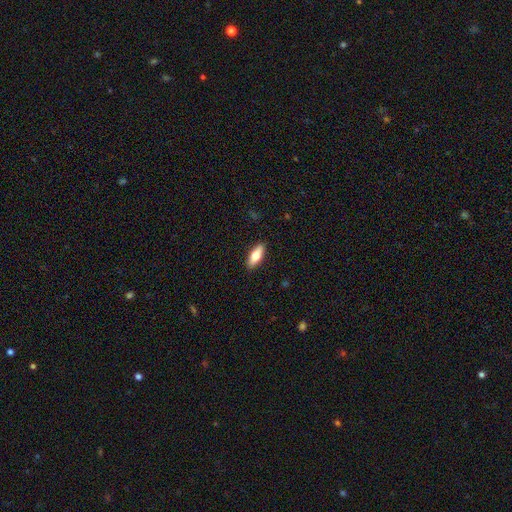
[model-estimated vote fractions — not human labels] Smooth or featured? smooth (67%)
How rounded? in between (69%)
Merging? none (90%)